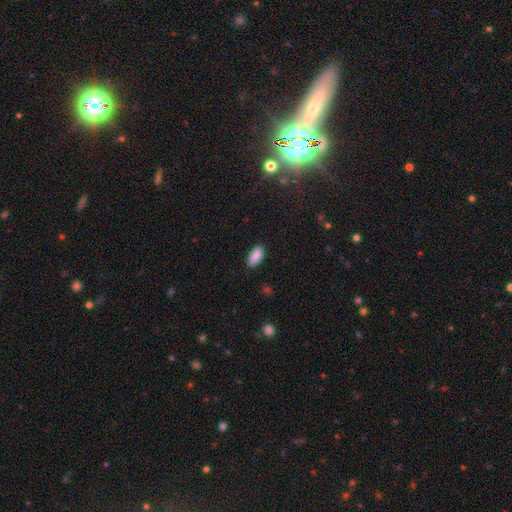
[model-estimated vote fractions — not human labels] Morphology: type=smooth (89%); roundness=in between (90%); merging=none (85%).